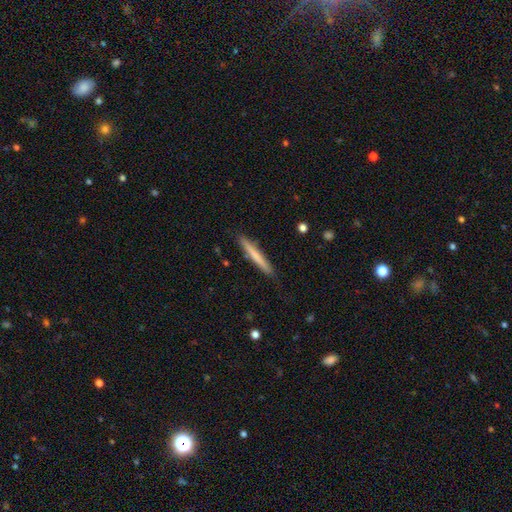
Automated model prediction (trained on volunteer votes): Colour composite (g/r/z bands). It shows a smooth galaxy with no disk features (66%) that is cigar-shaped (96%). Merging: none (88%).